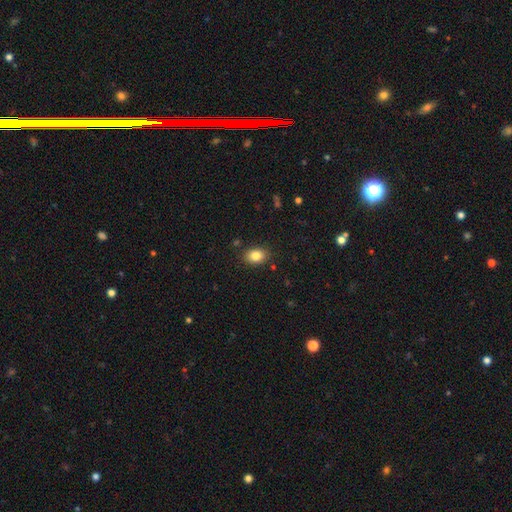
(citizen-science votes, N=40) Smooth or featured?
  - smooth: 80% *
  - star or artifact: 12%
  - featured or disk: 8%
How rounded?
  - in between: 69% *
  - round: 31%
  - cigar-shaped: 0%
Merging?
  - none: 91% *
  - minor disturbance: 6%
  - major disturbance: 3%
  - merger: 0%